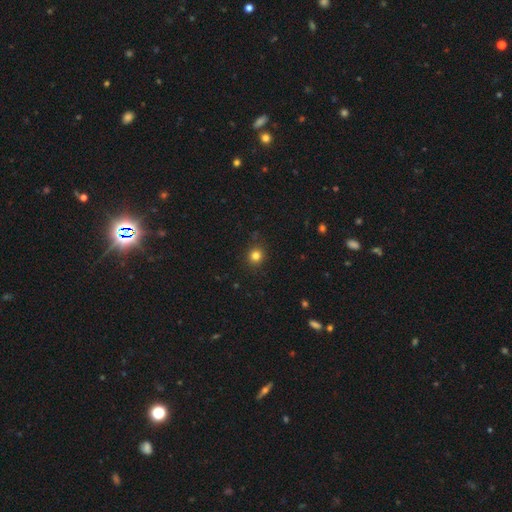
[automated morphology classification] A smooth galaxy with no disk features (81%) that is round (89%).

Vote fractions:
- Smooth or featured? smooth: 81% / star or artifact: 14% / featured or disk: 5%
- How rounded? round: 89% / in between: 10% / cigar-shaped: 1%
- Merging? none: 89% / minor disturbance: 8% / major disturbance: 2% / merger: 1%